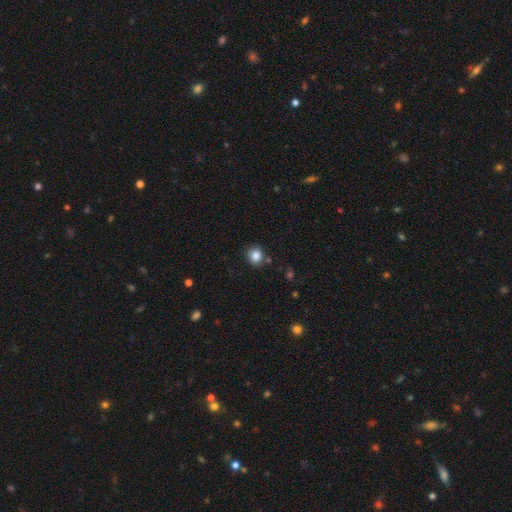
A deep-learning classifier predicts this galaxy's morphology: This is clearly a smooth galaxy (85%). How rounded: clearly round (80%). Merging: clearly none (82%).